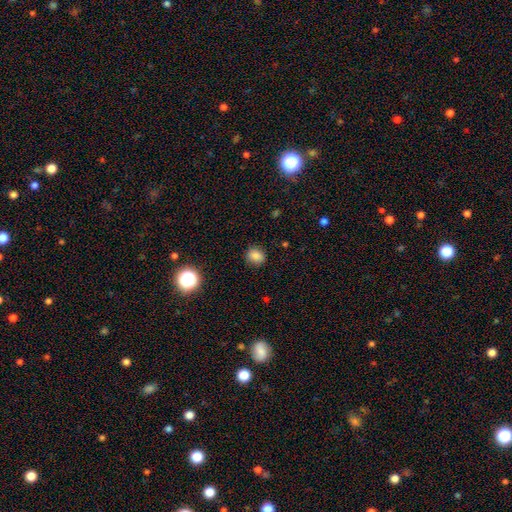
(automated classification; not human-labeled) Morphology: type=smooth (82%); roundness=round (61%); merging=none (86%).